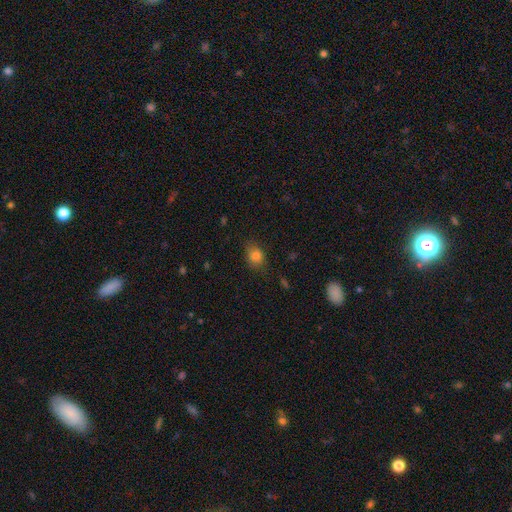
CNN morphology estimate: A smooth galaxy with no disk features (82%) that is round (49%, tied with in between).

Vote fractions:
- Smooth or featured? smooth: 82% / star or artifact: 11% / featured or disk: 6%
- How rounded? round: 49% (tied) / in between: 49% (tied) / cigar-shaped: 1%
- Merging? none: 73% / minor disturbance: 20% / major disturbance: 6% / merger: 1%